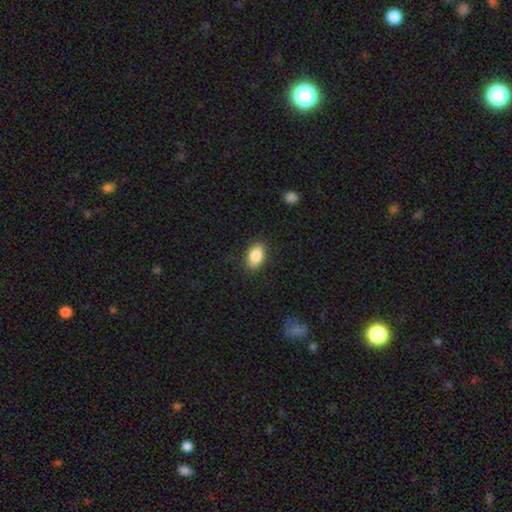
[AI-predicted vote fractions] This appears to be a smooth galaxy with no disk features (86%) that is in between round and cigar-shaped (89%). Merging: none (87%).